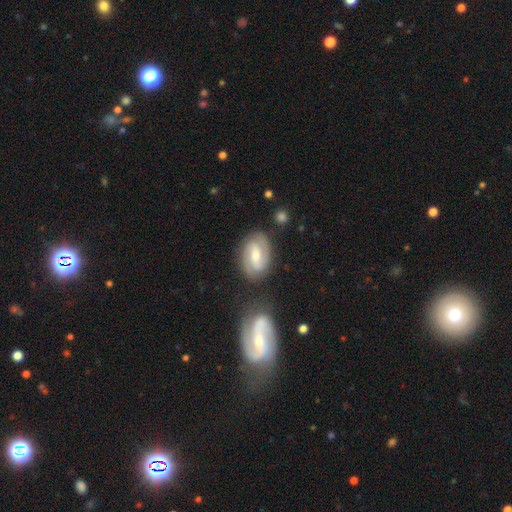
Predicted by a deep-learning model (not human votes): The model was most divided on "spiral winding": medium: 45%, tight: 36%, loose: 18%. Remaining: edge-on disk — no (96%); spiral arms — yes (91%); spiral arm count — 2 (83%); merging — none (78%); smooth or featured — featured or disk (73%); bulge size — moderate (51%); bar — weak (47%).